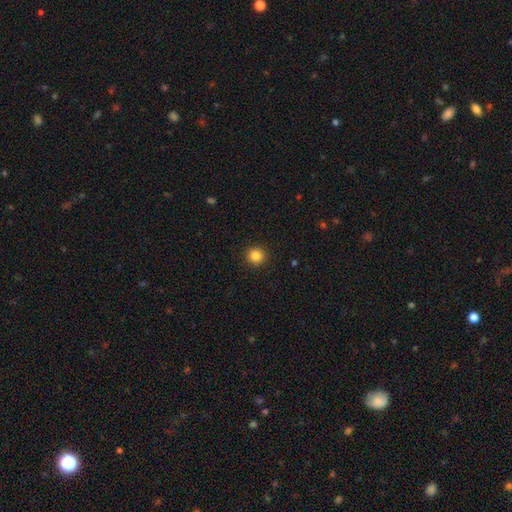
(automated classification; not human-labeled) Morphology: type=smooth (85%); roundness=round (94%); merging=none (93%).